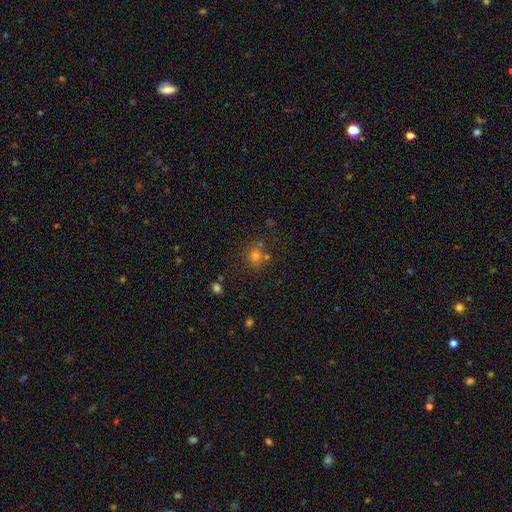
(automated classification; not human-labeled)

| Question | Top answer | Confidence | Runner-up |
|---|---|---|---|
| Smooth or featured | smooth | 65% | star or artifact (26%) |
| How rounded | round | 82% | in between (17%) |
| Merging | none | 72% | merger (14%) |